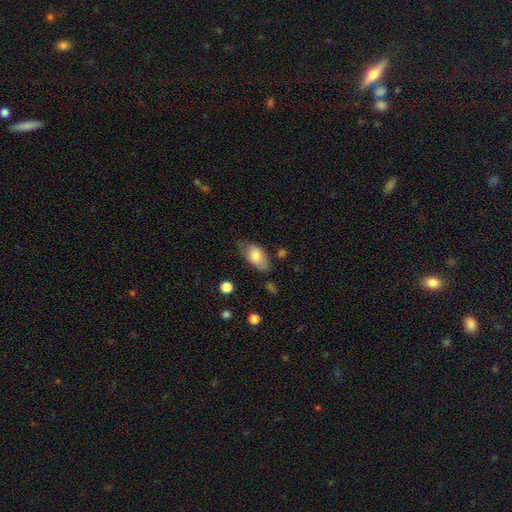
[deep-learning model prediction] This is likely a smooth galaxy (72%). How rounded: clearly in between (92%). Merging: possibly none (58%).